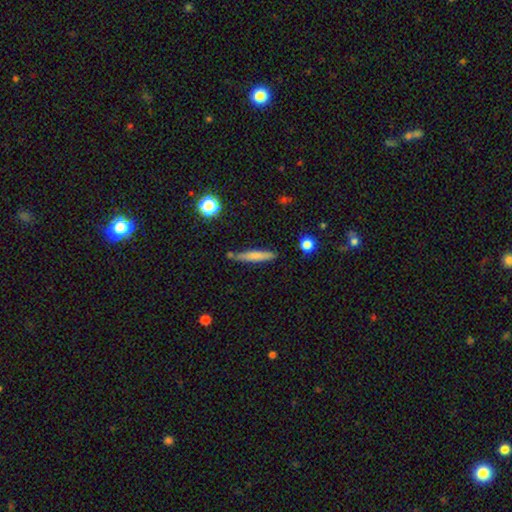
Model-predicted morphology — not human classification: Smooth or featured? Predicted: smooth (p=0.68). How rounded? Predicted: cigar-shaped (p=0.92). Merging? Predicted: none (p=0.77).